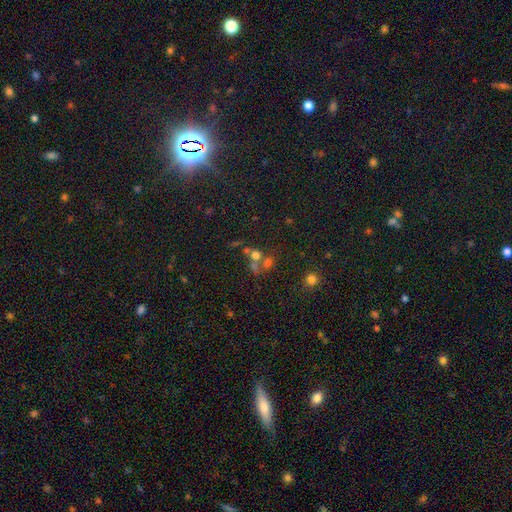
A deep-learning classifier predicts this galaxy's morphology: This appears to be a smooth galaxy with no disk features (58%) that is round (77%). Merging: merger (50%).